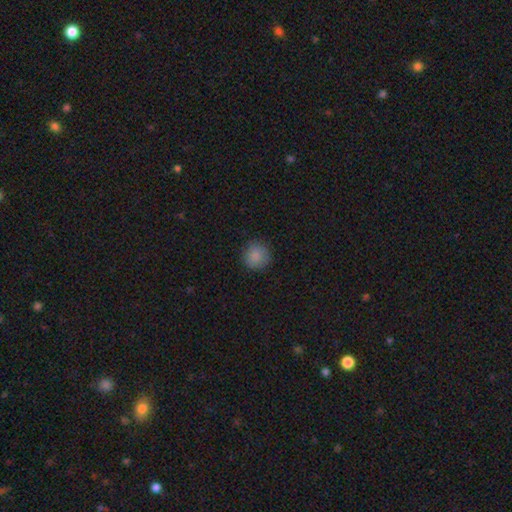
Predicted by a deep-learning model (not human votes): Q: Smooth or featured?
A: smooth (87%); runner-up: star or artifact (9%)
Q: How rounded?
A: round (93%); runner-up: in between (6%)
Q: Merging?
A: none (88%); runner-up: minor disturbance (9%)